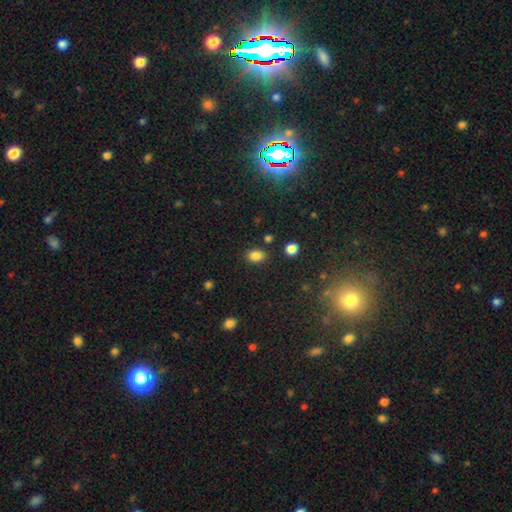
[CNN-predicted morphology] smooth_or_featured: smooth (p=0.84) [alt: star or artifact p=0.11]
how_rounded: in between (p=0.72) [alt: round p=0.27]
merging: none (p=0.82) [alt: minor disturbance p=0.11]